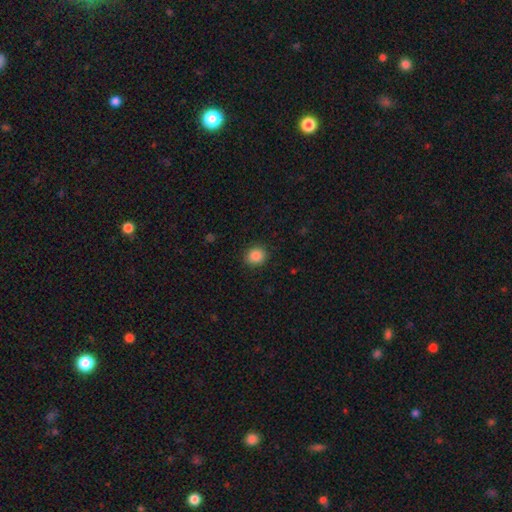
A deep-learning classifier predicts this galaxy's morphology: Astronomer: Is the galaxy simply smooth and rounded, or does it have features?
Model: smooth — 87%.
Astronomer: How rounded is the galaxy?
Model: round — 78%.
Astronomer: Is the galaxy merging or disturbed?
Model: none — 90%.